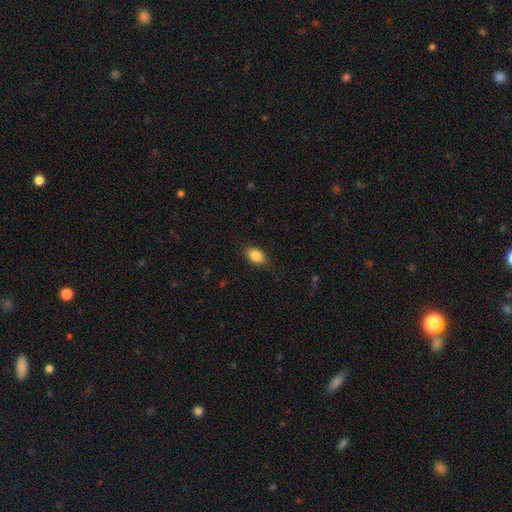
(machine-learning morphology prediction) type=smooth (86%); roundness=in between (86%); merging=none (83%).